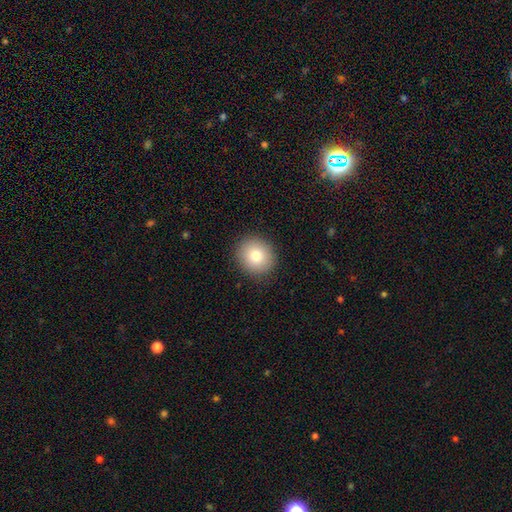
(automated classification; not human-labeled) Morphology: type=smooth (79%); roundness=round (88%); merging=none (91%).